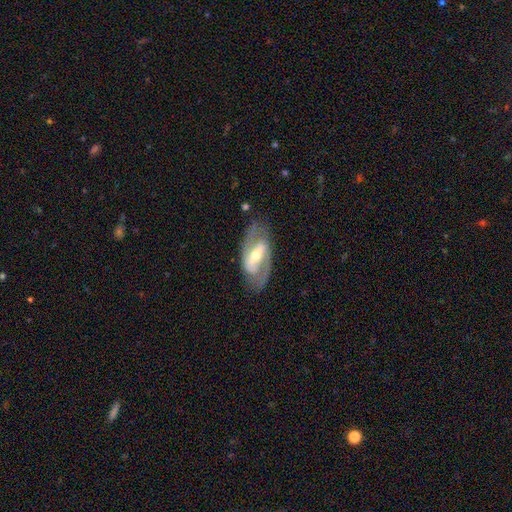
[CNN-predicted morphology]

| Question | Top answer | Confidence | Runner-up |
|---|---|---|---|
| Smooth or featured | featured or disk | 83% | smooth (12%) |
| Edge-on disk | no | 94% | yes (6%) |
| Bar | strong | 56% | weak (32%) |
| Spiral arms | yes | 86% | no (14%) |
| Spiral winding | medium | 51% | tight (26%) |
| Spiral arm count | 2 | 87% | can't tell (7%) |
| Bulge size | moderate | 57% | small (36%) |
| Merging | none | 77% | minor disturbance (15%) |